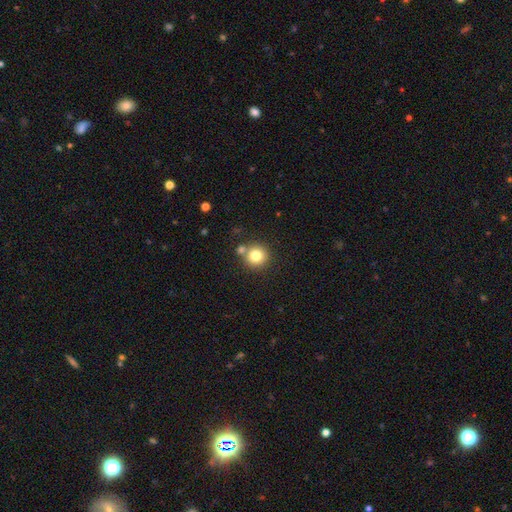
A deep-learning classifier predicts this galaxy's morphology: This appears to be a smooth galaxy with no disk features (79%) that is round (93%). Merging: none (73%).